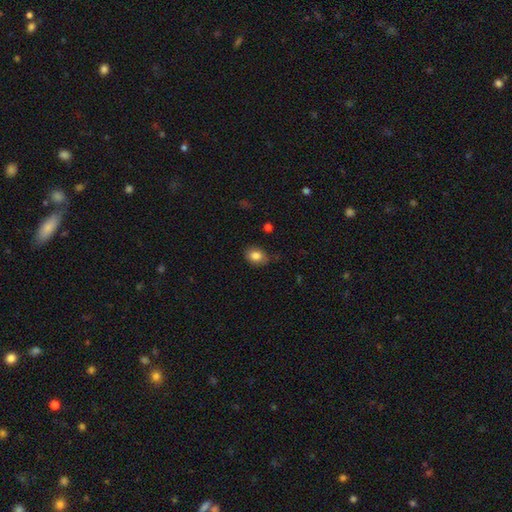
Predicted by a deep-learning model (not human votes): smooth 84%, star or artifact 9%, featured or disk 7%. Down the decision tree: how rounded — in between (65%); merging — none (70%).